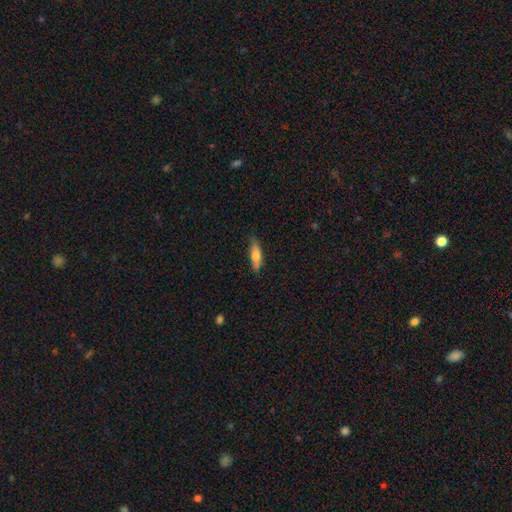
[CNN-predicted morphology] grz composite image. It shows a smooth galaxy with no disk features (67%) that is cigar-shaped (57%). Merging: none (82%).